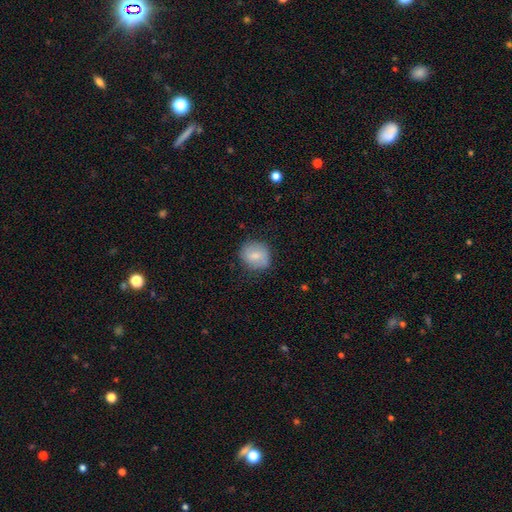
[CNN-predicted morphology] Smooth or featured?
  - smooth: 74% *
  - featured or disk: 19%
  - star or artifact: 7%
How rounded?
  - round: 80% *
  - in between: 19%
  - cigar-shaped: 1%
Merging?
  - none: 78% *
  - minor disturbance: 17%
  - major disturbance: 4%
  - merger: 1%